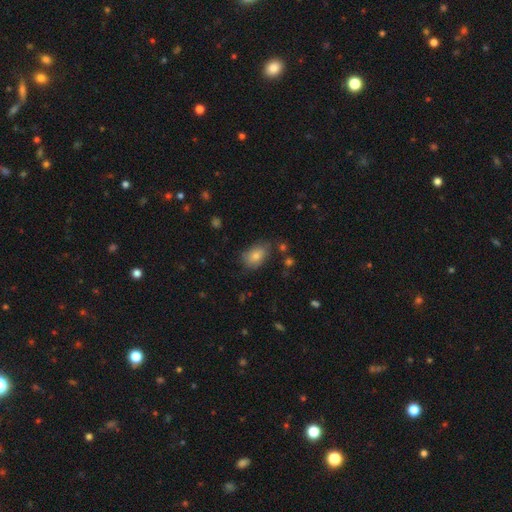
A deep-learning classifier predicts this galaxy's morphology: smooth 78%, featured or disk 11%, star or artifact 10%. Down the decision tree: how rounded — in between (83%); merging — none (71%).